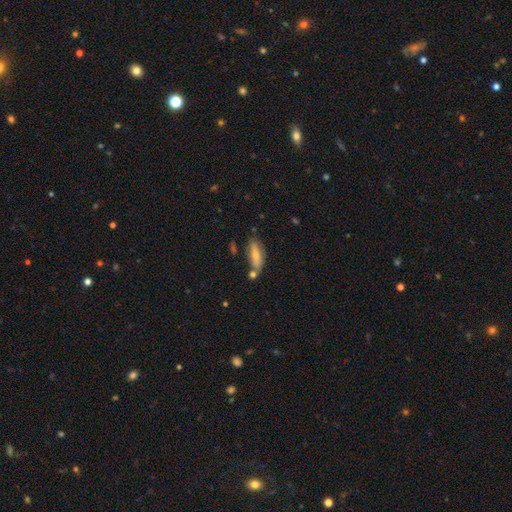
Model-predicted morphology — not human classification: Q: Smooth or featured?
A: smooth (66%); runner-up: featured or disk (27%)
Q: How rounded?
A: in between (58%); runner-up: cigar-shaped (39%)
Q: Merging?
A: none (64%); runner-up: minor disturbance (18%)